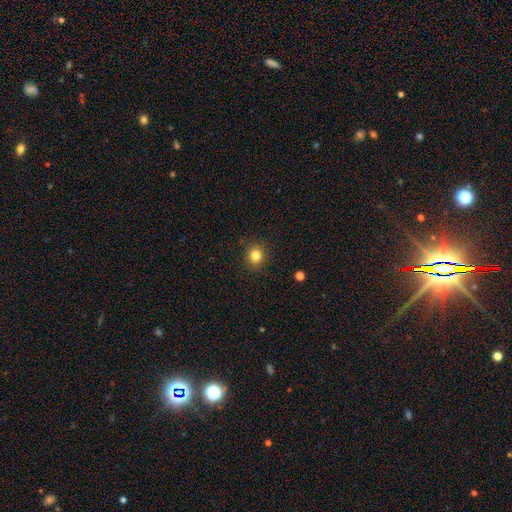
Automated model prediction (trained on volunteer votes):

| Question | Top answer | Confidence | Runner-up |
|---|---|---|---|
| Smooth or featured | smooth | 82% | star or artifact (12%) |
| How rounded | round | 85% | in between (14%) |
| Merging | none | 90% | minor disturbance (7%) |